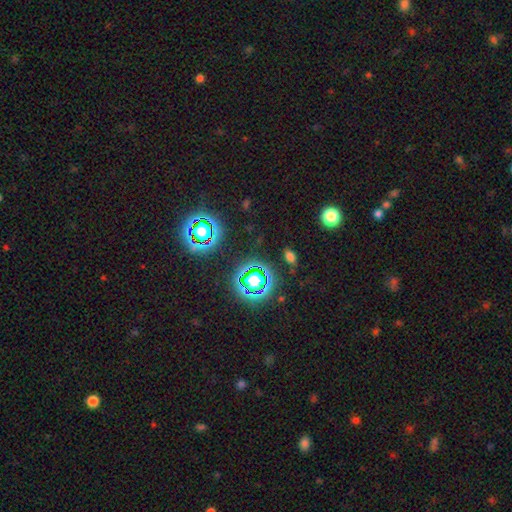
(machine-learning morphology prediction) smooth_or_featured: star or artifact (p=0.79) [alt: smooth p=0.14]